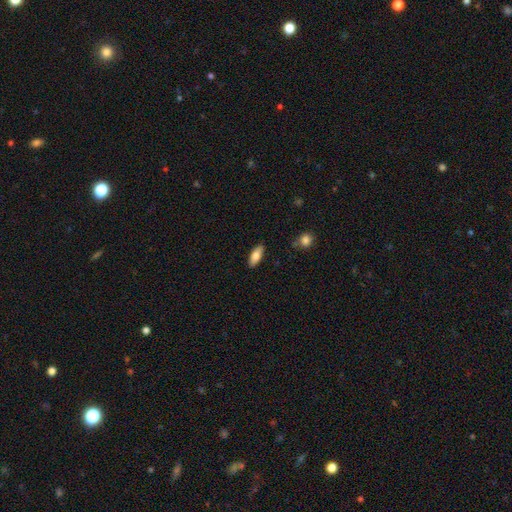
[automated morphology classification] Smooth or featured? Predicted: smooth (p=0.79). How rounded? Predicted: in between (p=0.81). Merging? Predicted: none (p=0.88).